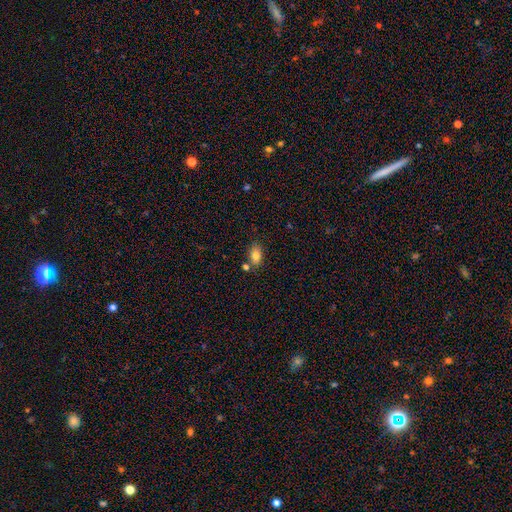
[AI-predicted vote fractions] smooth-or-featured: smooth: 80% | featured or disk: 11% | star or artifact: 9%
  how-rounded: in between: 86% | round: 11% | cigar-shaped: 2%
  merging: none: 72% | minor disturbance: 13% | merger: 11% | major disturbance: 3%